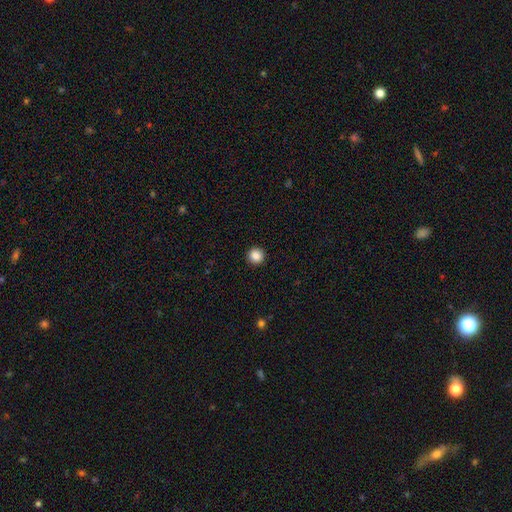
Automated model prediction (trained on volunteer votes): The model was most divided on "smooth or featured": smooth: 87%, star or artifact: 10%, featured or disk: 3%. More confident: how rounded — round (95%); merging — none (93%).